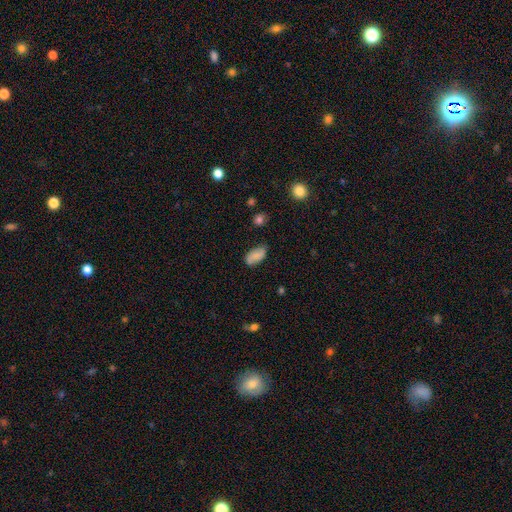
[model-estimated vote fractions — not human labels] Q: Smooth or featured?
A: smooth (78%); runner-up: featured or disk (14%)
Q: How rounded?
A: in between (93%); runner-up: round (4%)
Q: Merging?
A: none (71%); runner-up: minor disturbance (22%)